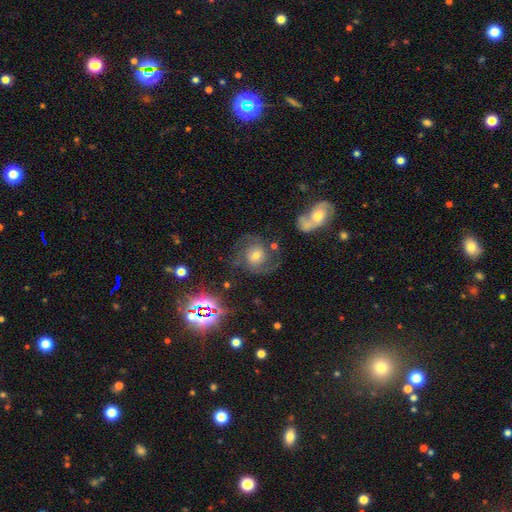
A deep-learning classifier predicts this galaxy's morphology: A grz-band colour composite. It shows a featured or disk galaxy (74%) with no bar (61%), 2 (78%) medium (51%) spiral arms (94%) and a moderate central bulge (60%). Merging: none (66%).